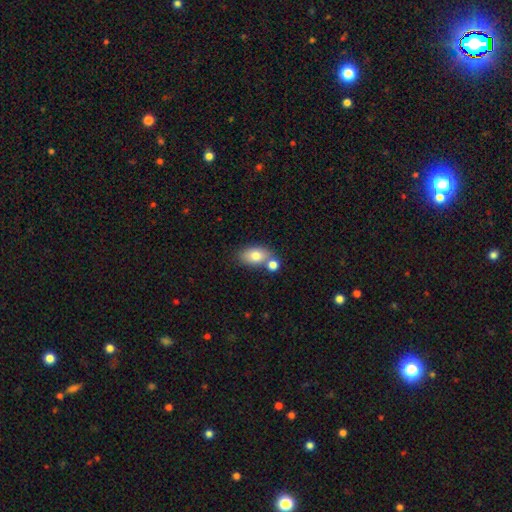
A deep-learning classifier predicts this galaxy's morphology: A smooth galaxy with no disk features (78%) that is in between round and cigar-shaped (84%).

Vote fractions:
- Smooth or featured? smooth: 78% / featured or disk: 13% / star or artifact: 8%
- How rounded? in between: 84% / round: 14% / cigar-shaped: 2%
- Merging? none: 56% / merger: 28% / minor disturbance: 13% / major disturbance: 4%